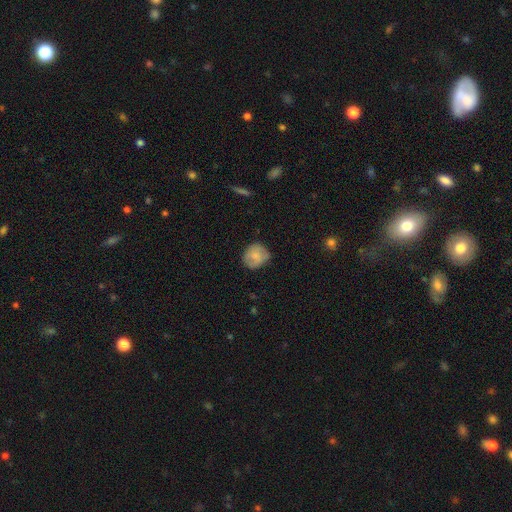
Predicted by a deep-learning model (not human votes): Q: Smooth or featured?
A: smooth (73%); runner-up: featured or disk (19%)
Q: How rounded?
A: round (78%); runner-up: in between (21%)
Q: Merging?
A: none (72%); runner-up: minor disturbance (22%)